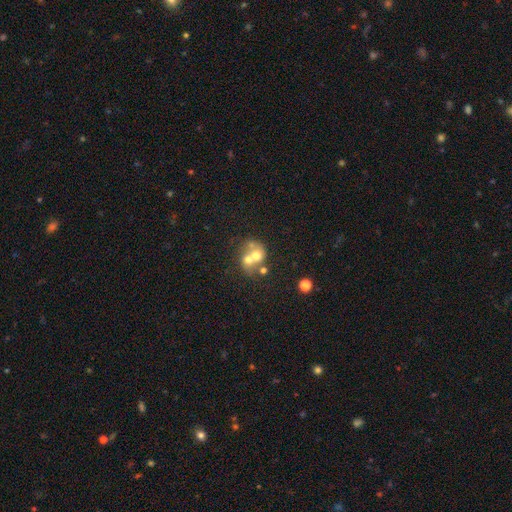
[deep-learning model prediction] Overall: smooth (57%; featured or disk 31%). How rounded: round (68%; in between 32%). Merging: merger (65%).